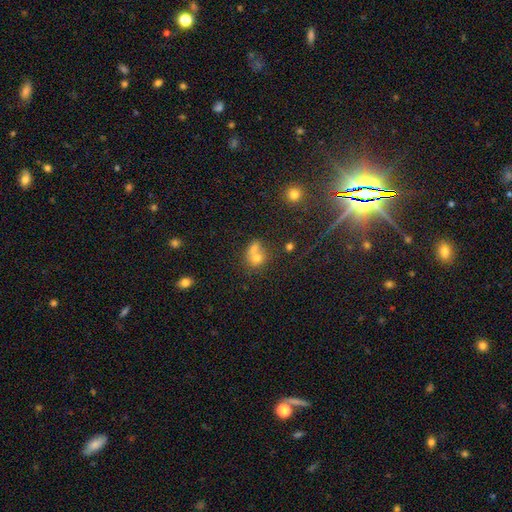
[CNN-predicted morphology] This appears to be a smooth galaxy with no disk features (67%) that is round (58%). Merging: merger (63%).